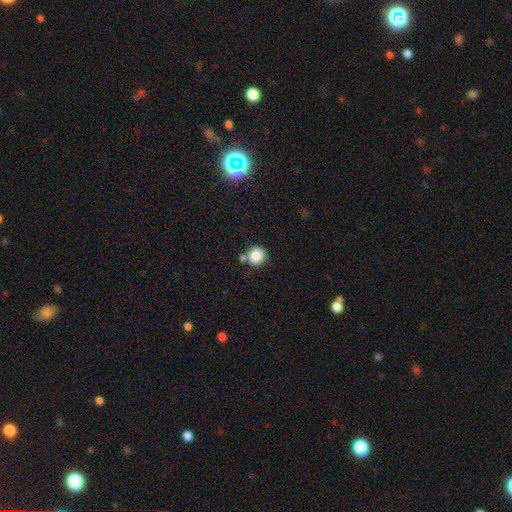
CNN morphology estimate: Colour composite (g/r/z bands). It shows a smooth galaxy with no disk features (84%) that is round (90%). Merging: none (67%).